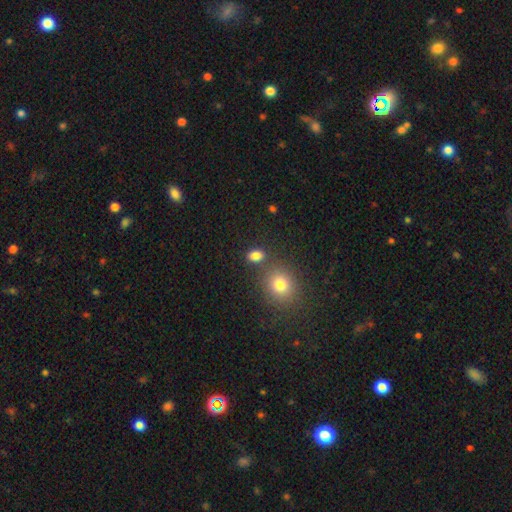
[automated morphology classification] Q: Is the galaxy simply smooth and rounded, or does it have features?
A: smooth — 82%.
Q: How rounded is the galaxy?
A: in between — 71%.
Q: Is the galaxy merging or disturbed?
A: none — 73%.